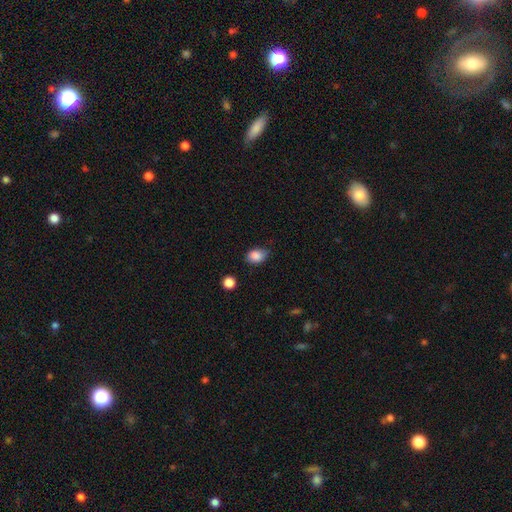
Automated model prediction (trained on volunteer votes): Smooth or featured: smooth — 86% (star or artifact — 9%)
How rounded: in between — 75% (round — 23%)
Merging: none — 67% (minor disturbance — 26%)